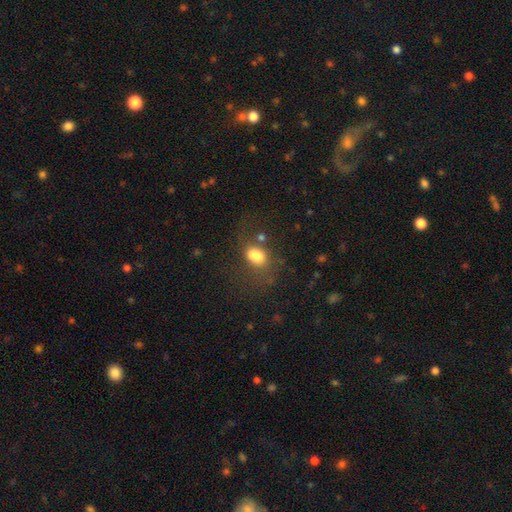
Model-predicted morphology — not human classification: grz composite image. It shows a smooth galaxy with no disk features (70%) that is in between round and cigar-shaped (71%). Merging: none (35%).